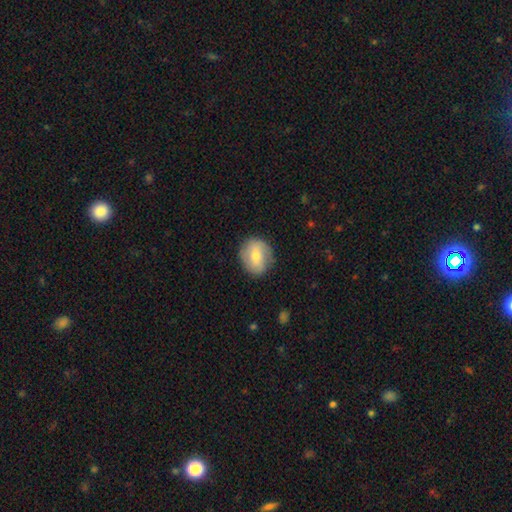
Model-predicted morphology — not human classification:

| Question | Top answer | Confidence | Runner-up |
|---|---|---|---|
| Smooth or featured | smooth | 65% | featured or disk (29%) |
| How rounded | round | 67% | in between (32%) |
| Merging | none | 81% | minor disturbance (14%) |